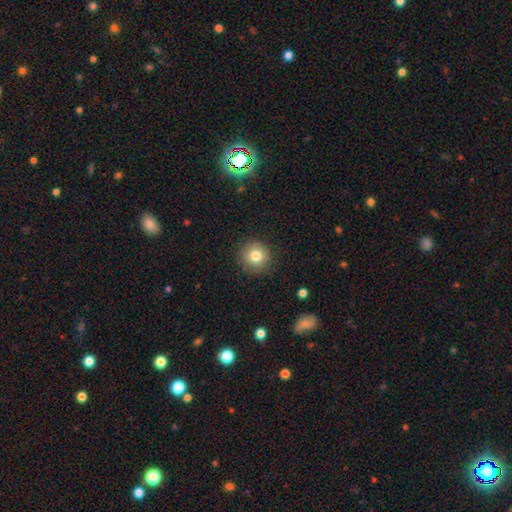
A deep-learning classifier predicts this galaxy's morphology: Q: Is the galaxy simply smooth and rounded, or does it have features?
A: smooth — 80%.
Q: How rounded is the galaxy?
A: round — 94%.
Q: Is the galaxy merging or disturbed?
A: none — 89%.